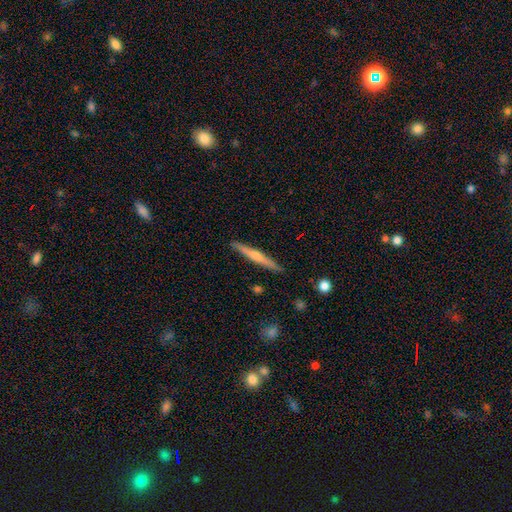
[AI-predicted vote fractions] A featured or disk galaxy (66%) viewed edge-on (97%) with a rounded central bulge (78%). Merging: none (91%).